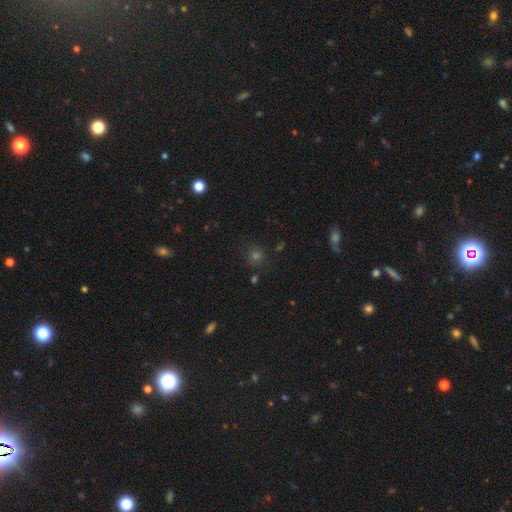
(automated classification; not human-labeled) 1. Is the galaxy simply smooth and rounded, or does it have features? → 55% smooth, 36% star or artifact, 9% featured or disk.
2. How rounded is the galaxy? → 88% round, 11% in between, 1% cigar-shaped.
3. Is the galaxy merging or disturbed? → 81% none, 11% minor disturbance, 5% major disturbance, 4% merger.